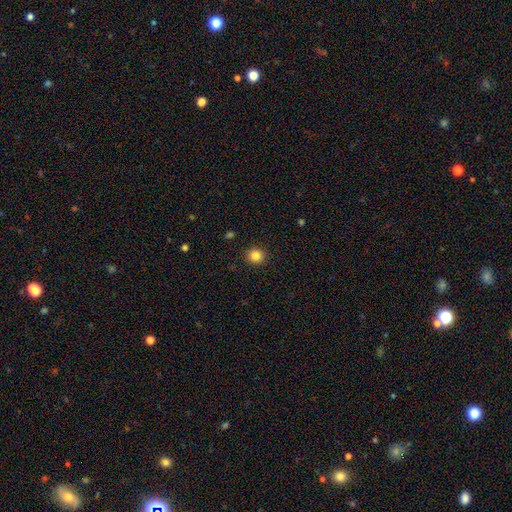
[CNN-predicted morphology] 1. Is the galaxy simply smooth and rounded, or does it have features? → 84% smooth, 11% star or artifact, 5% featured or disk.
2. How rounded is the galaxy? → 87% round, 12% in between, 1% cigar-shaped.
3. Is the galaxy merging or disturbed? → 92% none, 5% minor disturbance, 2% major disturbance, 1% merger.